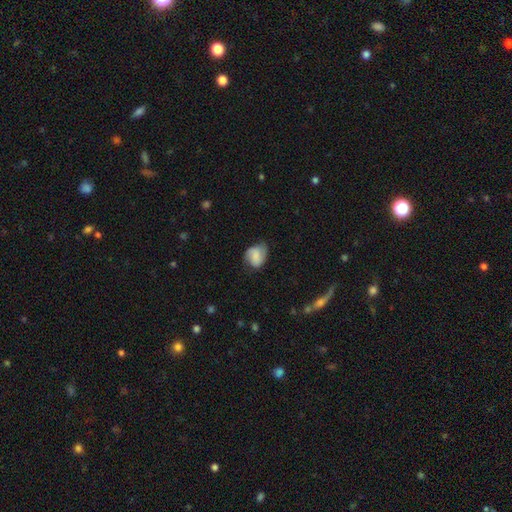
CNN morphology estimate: This appears to be a smooth galaxy with no disk features (61%) that is in between round and cigar-shaped (61%). Merging: none (52%).